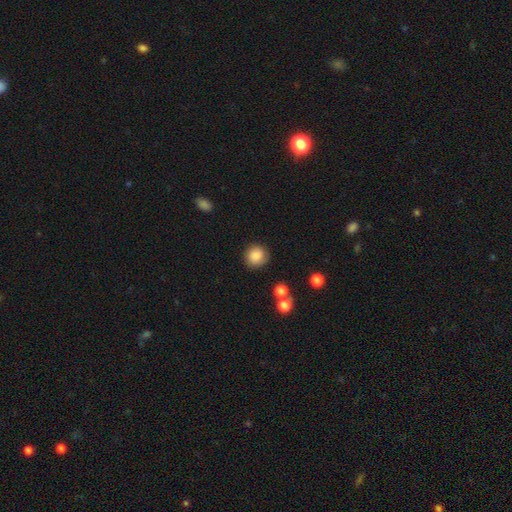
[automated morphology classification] Overall: smooth (86%). How rounded: round (90%). Merging: none (84%).